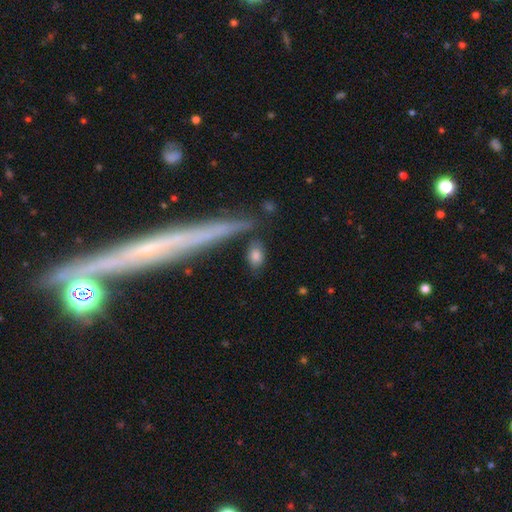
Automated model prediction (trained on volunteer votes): Smooth or featured? smooth (79%)
How rounded? in between (82%)
Merging? none (71%)